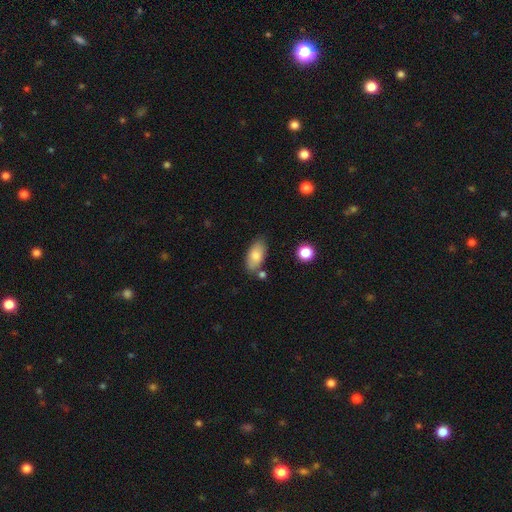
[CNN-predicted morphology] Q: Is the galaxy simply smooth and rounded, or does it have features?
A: smooth — 79%.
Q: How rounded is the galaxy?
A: in between — 92%.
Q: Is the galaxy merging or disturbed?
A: none — 73%.